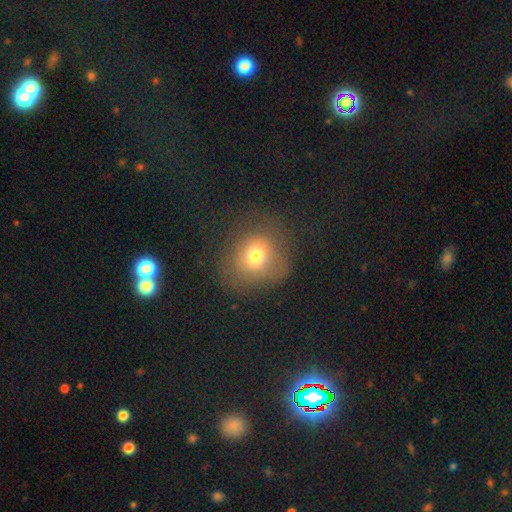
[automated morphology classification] smooth 70%, featured or disk 15%, star or artifact 15%. Down the decision tree: how rounded — round (78%); merging — none (70%).